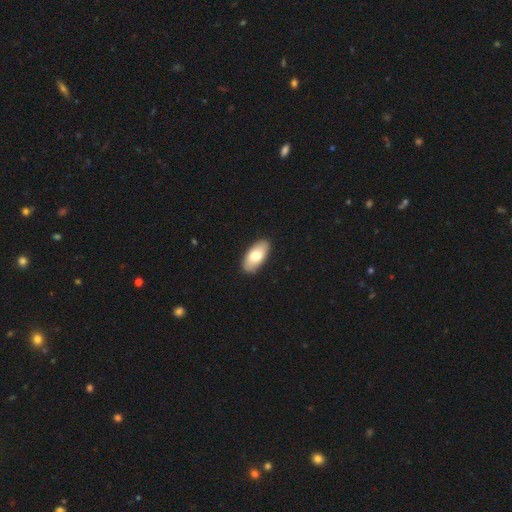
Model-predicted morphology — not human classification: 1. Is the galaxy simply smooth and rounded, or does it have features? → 75% smooth, 19% featured or disk, 5% star or artifact.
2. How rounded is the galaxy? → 94% in between, 4% cigar-shaped, 2% round.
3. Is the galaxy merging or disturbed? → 89% none, 8% minor disturbance, 2% major disturbance, 1% merger.